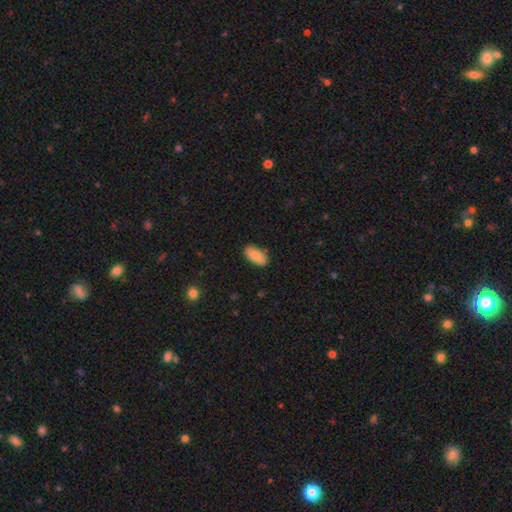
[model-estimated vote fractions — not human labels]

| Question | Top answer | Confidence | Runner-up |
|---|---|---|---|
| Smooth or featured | smooth | 86% | featured or disk (7%) |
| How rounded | in between | 92% | cigar-shaped (6%) |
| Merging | none | 83% | minor disturbance (13%) |